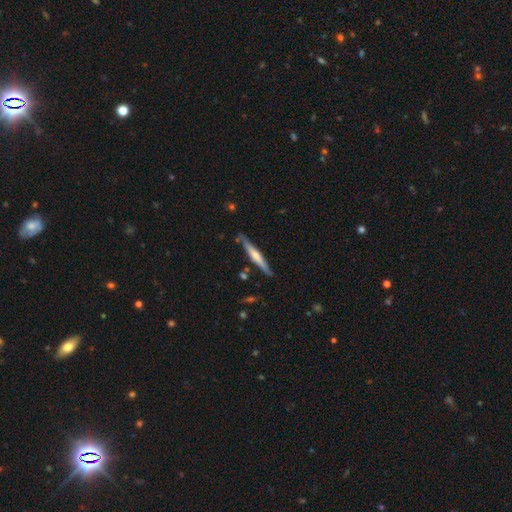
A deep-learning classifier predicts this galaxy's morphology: Q: Smooth or featured?
A: featured or disk (58%); runner-up: smooth (37%)
Q: Edge-on disk?
A: yes (96%); runner-up: no (4%)
Q: Edge-on bulge?
A: rounded (64%); runner-up: none (25%)
Q: Merging?
A: none (84%); runner-up: minor disturbance (11%)